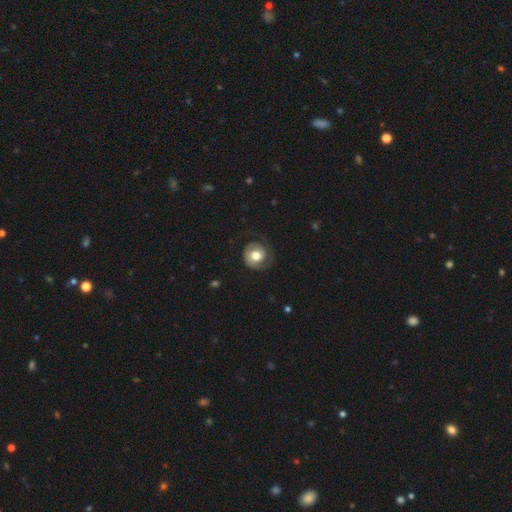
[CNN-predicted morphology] smooth 49%, featured or disk 45%, star or artifact 7%. Down the decision tree: merging — none (63%).